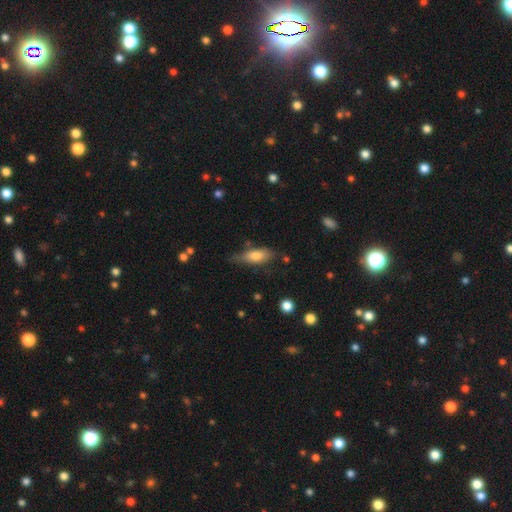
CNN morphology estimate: type=smooth (72%); roundness=in between (68%); merging=none (63%).